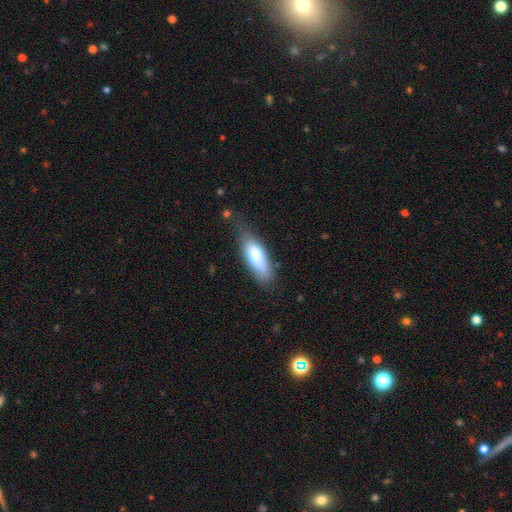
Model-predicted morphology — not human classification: smooth 74%, featured or disk 20%, star or artifact 6%. Down the decision tree: how rounded — in between (64%); merging — none (51%).